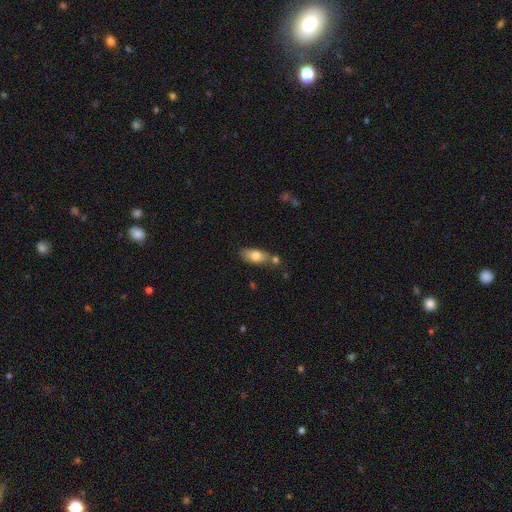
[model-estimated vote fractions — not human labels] Overall: smooth (76%). How rounded: in between (82%). Merging: none (62%).